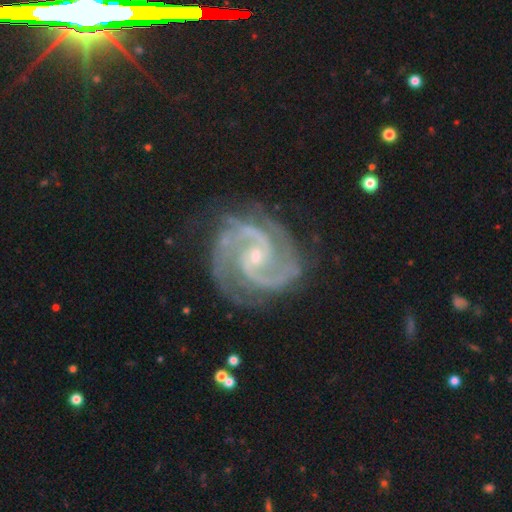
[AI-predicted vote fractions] A featured or disk galaxy (94%) with no bar (51%), 2 (78%) medium (51%) spiral arms (99%) and a small central bulge (71%).

Vote fractions:
- Smooth or featured? featured or disk: 94% / star or artifact: 4% / smooth: 2%
- Edge-on disk? no: 98% / yes: 2%
- Bar? no: 51% / weak: 38% / strong: 11%
- Spiral arms? yes: 99% / no: 1%
- Spiral winding? medium: 51% / tight: 42% / loose: 6%
- Spiral arm count? 2: 78% / 3: 12% / can't tell: 3% / 4: 3% / 1: 2% / more than 4: 2%
- Bulge size? small: 71% / moderate: 25% / none: 2% / large: 1% / dominant: 1%
- Merging? none: 75% / minor disturbance: 17% / major disturbance: 6% / merger: 2%